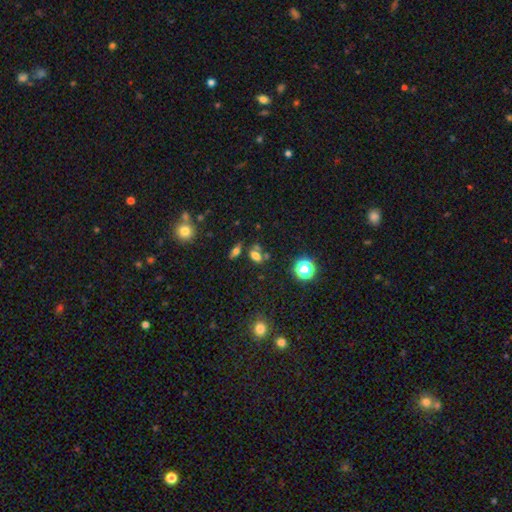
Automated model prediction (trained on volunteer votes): Smooth or featured: smooth — 67% (star or artifact — 19%)
How rounded: in between — 79% (round — 15%)
Merging: none — 54% (merger — 26%)